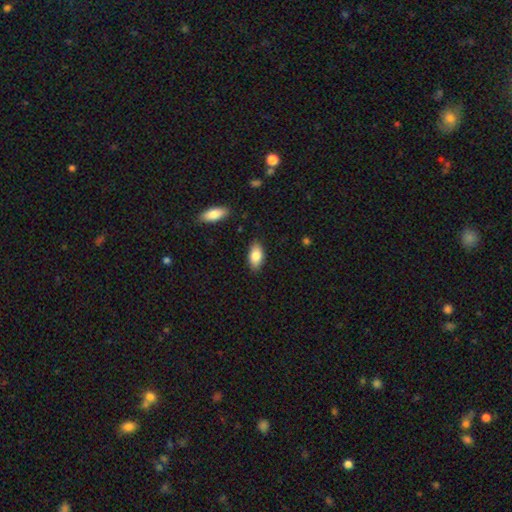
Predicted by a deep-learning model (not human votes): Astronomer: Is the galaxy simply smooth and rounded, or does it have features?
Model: smooth — 83%.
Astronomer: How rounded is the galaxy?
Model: in between — 91%.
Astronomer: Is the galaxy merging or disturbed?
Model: none — 86%.